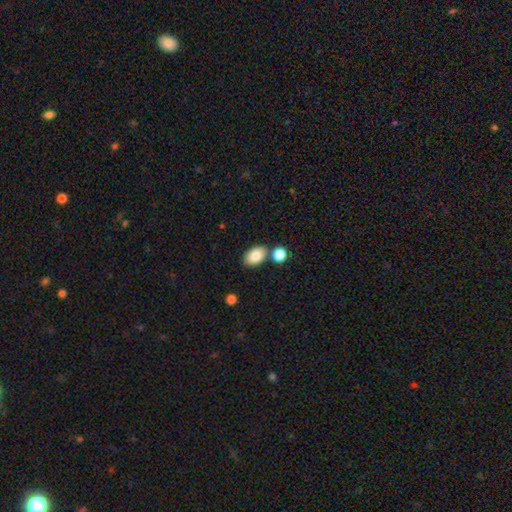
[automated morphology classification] Smooth or featured? Predicted: smooth (p=0.85). How rounded? Predicted: in between (p=0.91). Merging? Predicted: none (p=0.73).